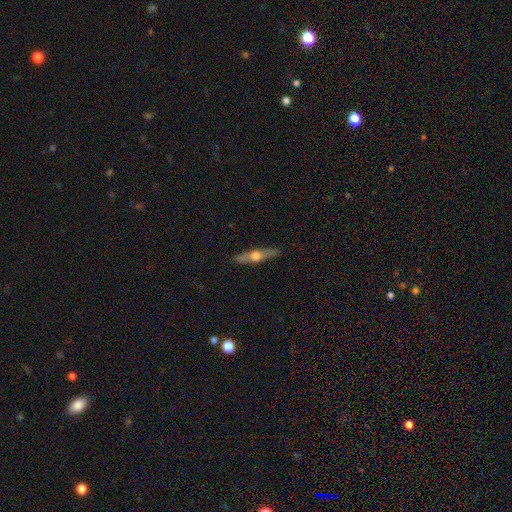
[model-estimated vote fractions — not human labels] Overall: featured or disk (59%; smooth 35%). Edge-on disk: yes (90%). Edge-on bulge: rounded (94%). Merging: none (88%).